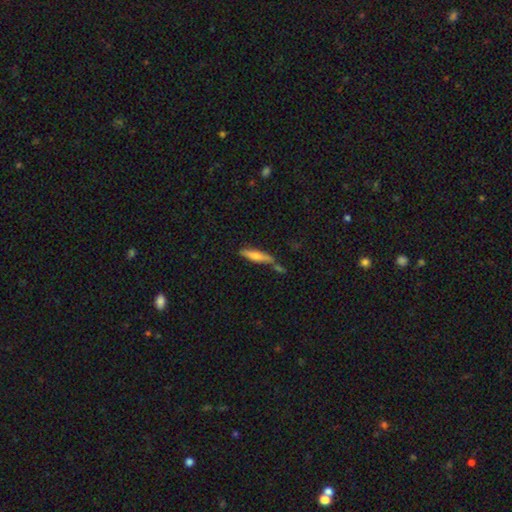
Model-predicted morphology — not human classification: This appears to be a smooth galaxy with no disk features (56%) that is cigar-shaped (84%). Merging: none (66%).